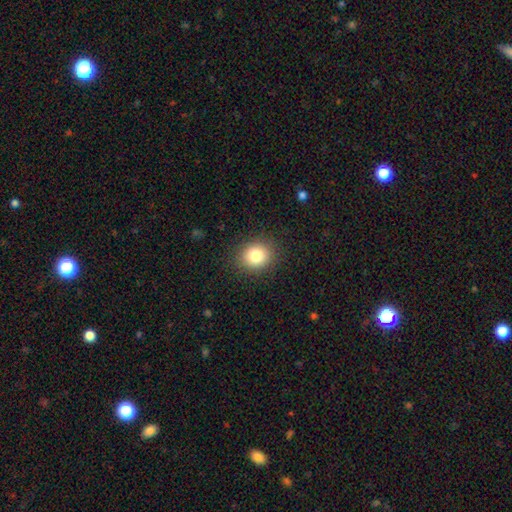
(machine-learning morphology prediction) type=smooth (82%); roundness=round (73%); merging=none (88%).